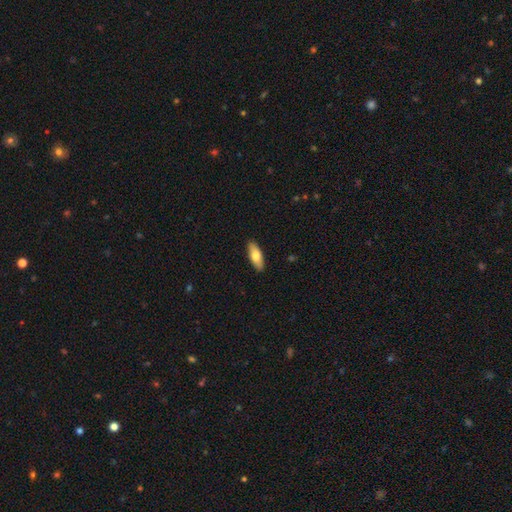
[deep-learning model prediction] smooth-or-featured: smooth: 73% | featured or disk: 22% | star or artifact: 6%
  how-rounded: in between: 67% | cigar-shaped: 30% | round: 2%
  merging: none: 89% | minor disturbance: 8% | major disturbance: 2% | merger: 1%